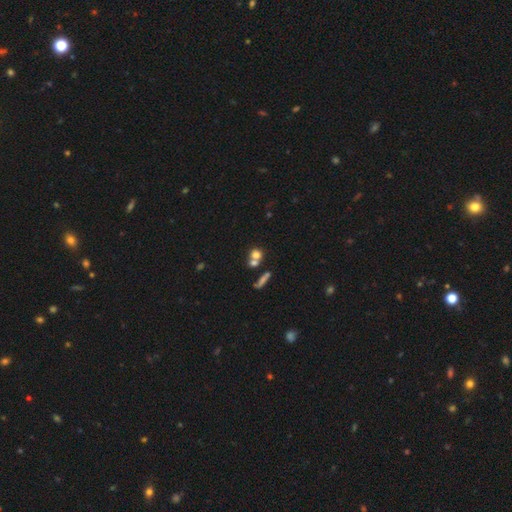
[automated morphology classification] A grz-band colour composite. It shows a smooth galaxy with no disk features (71%) that is round (77%). Merging: none (48%).